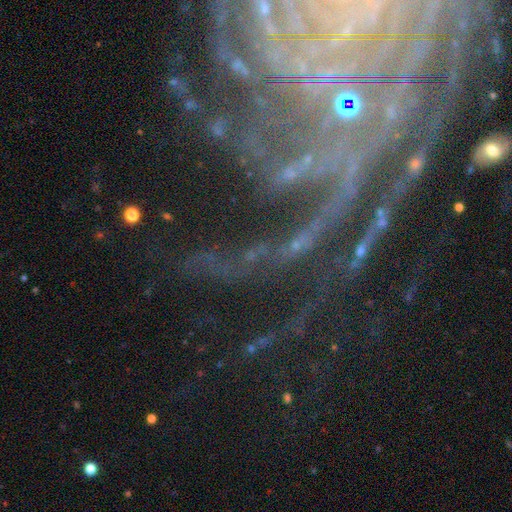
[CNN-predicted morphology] Overall: featured or disk (67%). Edge-on disk: no (92%). Bar: no (47%; weak 27%). Spiral arms: yes (95%). Spiral arm count: can't tell (21%; more than 4 18%). Spiral winding: tight (65%; medium 25%). Bulge size: small (70%). Merging: none (67%).